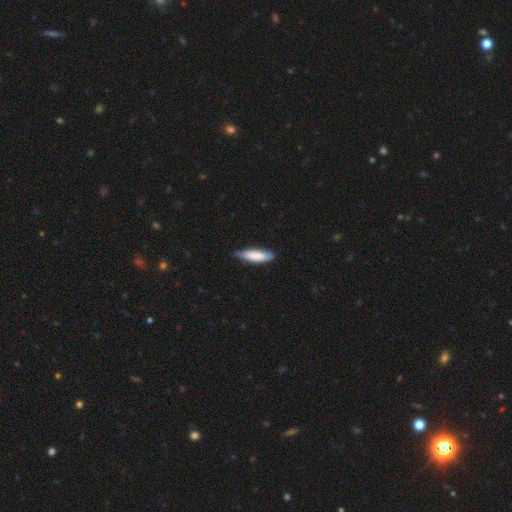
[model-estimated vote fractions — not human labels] This is likely a smooth galaxy (78%). How rounded: likely cigar-shaped (66%). Merging: likely none (69%).